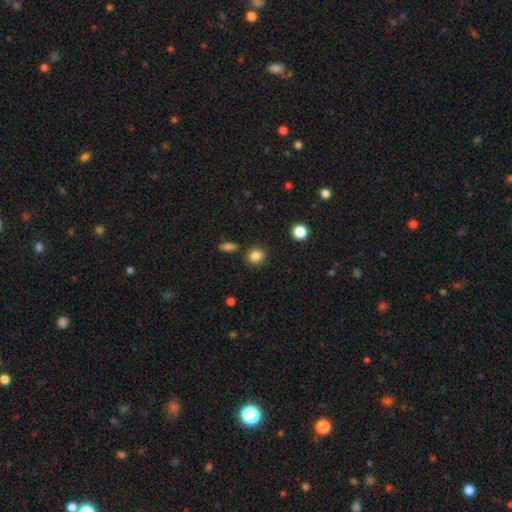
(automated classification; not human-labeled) Q: Smooth or featured?
A: smooth (85%); runner-up: star or artifact (11%)
Q: How rounded?
A: round (84%); runner-up: in between (15%)
Q: Merging?
A: none (87%); runner-up: minor disturbance (7%)